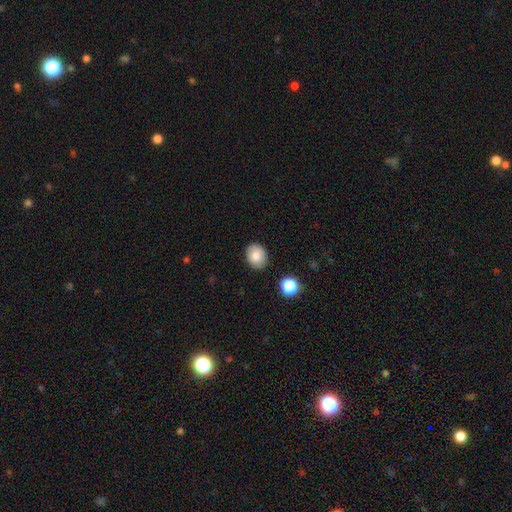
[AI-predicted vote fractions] Smooth or featured? smooth (78%)
How rounded? in between (50%)
Merging? none (85%)